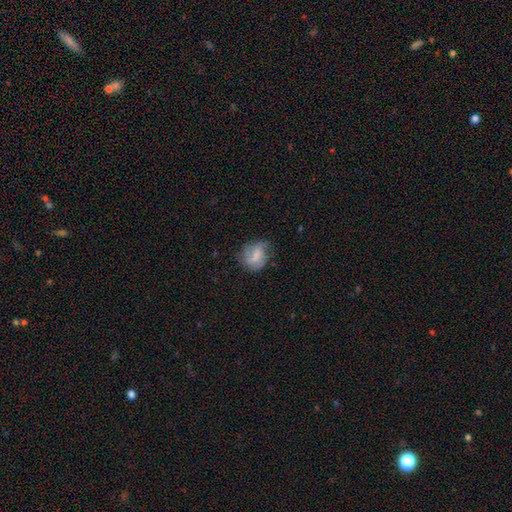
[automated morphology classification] Smooth or featured: smooth — 50% (featured or disk — 42%)
Merging: none — 60% (minor disturbance — 26%)